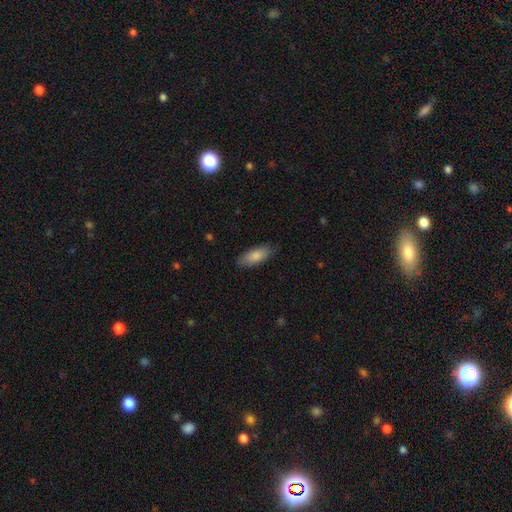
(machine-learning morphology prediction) A smooth galaxy with no disk features (84%) that is in between round and cigar-shaped (77%).

Vote fractions:
- Smooth or featured? smooth: 84% / featured or disk: 10% / star or artifact: 6%
- How rounded? in between: 77% / cigar-shaped: 21% / round: 2%
- Merging? none: 84% / minor disturbance: 12% / major disturbance: 2% / merger: 1%